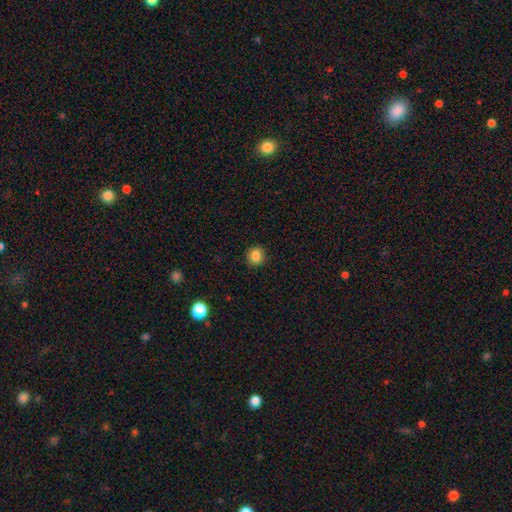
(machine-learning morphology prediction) Smooth or featured? smooth (85%)
How rounded? round (90%)
Merging? none (91%)